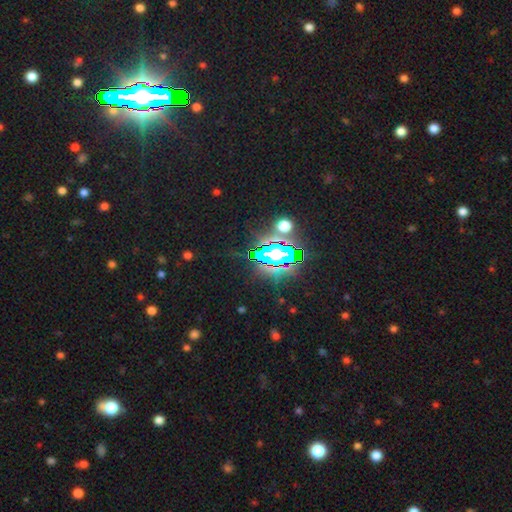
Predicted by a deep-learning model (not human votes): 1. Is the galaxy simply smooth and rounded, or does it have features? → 77% star or artifact, 14% smooth, 9% featured or disk.